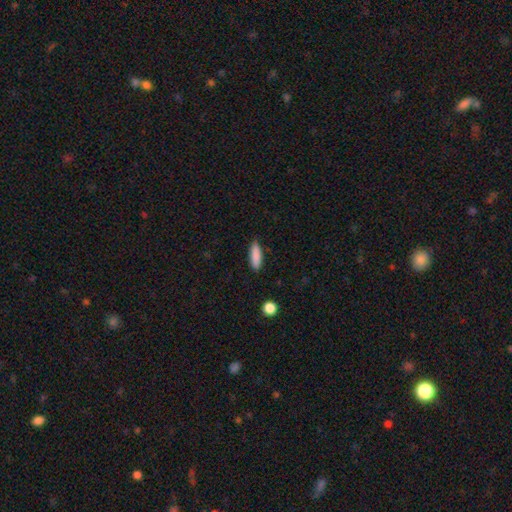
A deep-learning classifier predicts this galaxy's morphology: Smooth or featured?
  - smooth: 87% *
  - star or artifact: 6%
  - featured or disk: 6%
How rounded?
  - cigar-shaped: 51% *
  - in between: 47%
  - round: 2%
Merging?
  - none: 85% *
  - minor disturbance: 12%
  - major disturbance: 2%
  - merger: 1%